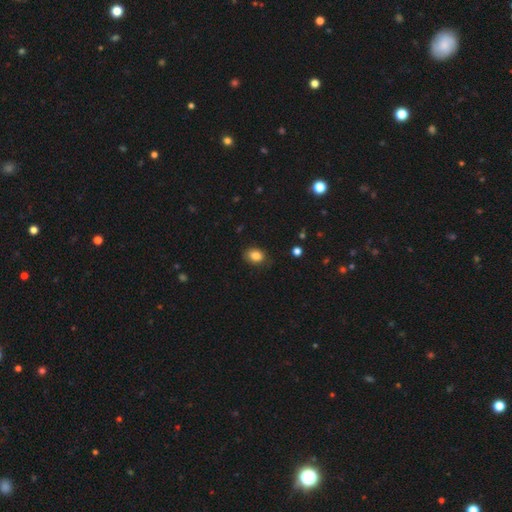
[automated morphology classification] A smooth galaxy with no disk features (85%) that is in between round and cigar-shaped (68%). Merging: none (81%).